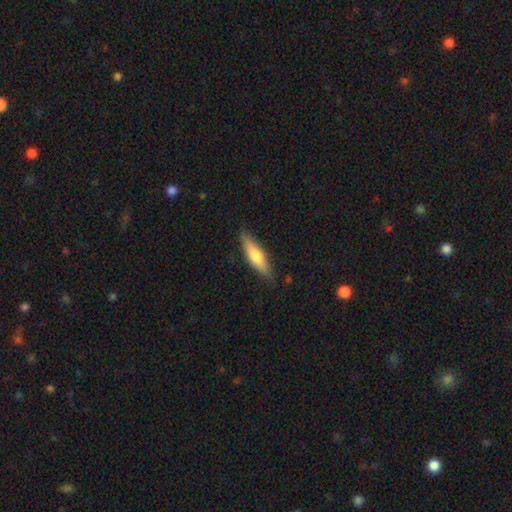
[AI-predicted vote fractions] Smooth or featured? smooth (60%)
How rounded? cigar-shaped (73%)
Merging? none (85%)